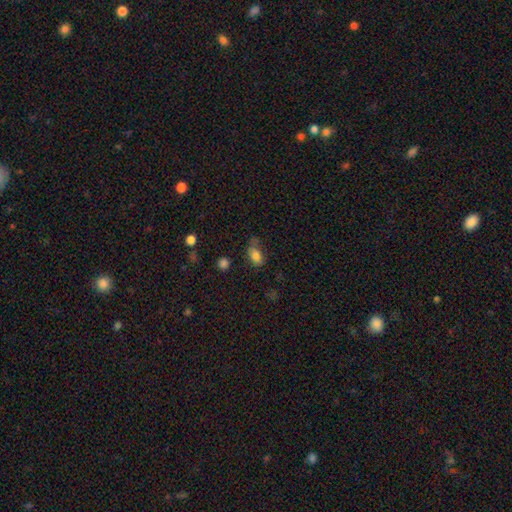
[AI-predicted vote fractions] A smooth galaxy with no disk features (80%) that is in between round and cigar-shaped (85%).

Vote fractions:
- Smooth or featured? smooth: 80% / star or artifact: 11% / featured or disk: 10%
- How rounded? in between: 85% / round: 12% / cigar-shaped: 3%
- Merging? none: 50% / minor disturbance: 31% / major disturbance: 14% / merger: 5%